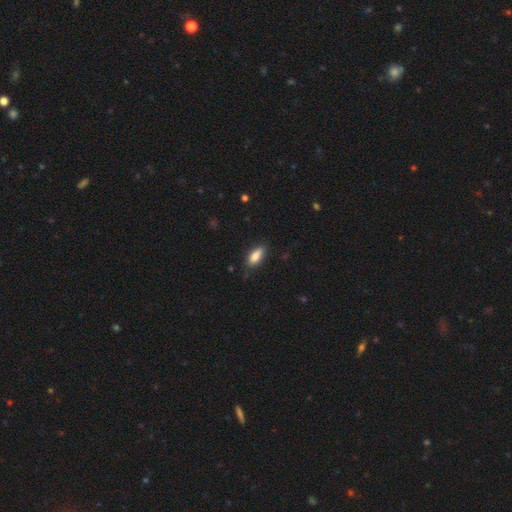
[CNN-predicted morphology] Smooth or featured? smooth (84%)
How rounded? in between (78%)
Merging? none (78%)